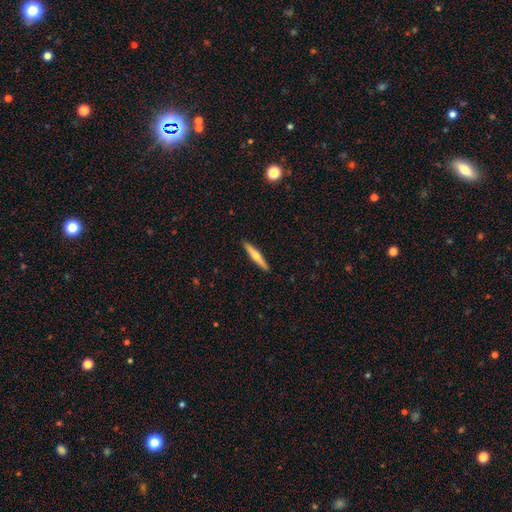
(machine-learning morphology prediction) The model was most divided on "smooth or featured": featured or disk: 49%, smooth: 46%, star or artifact: 5%. More confident: merging — none (92%).